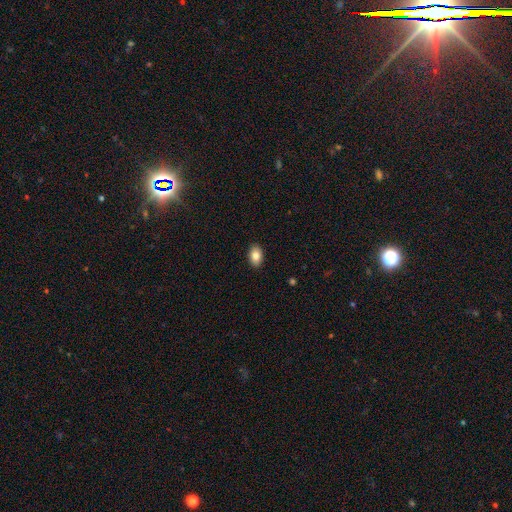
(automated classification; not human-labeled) Morphology: type=smooth (84%); roundness=in between (89%); merging=none (90%).